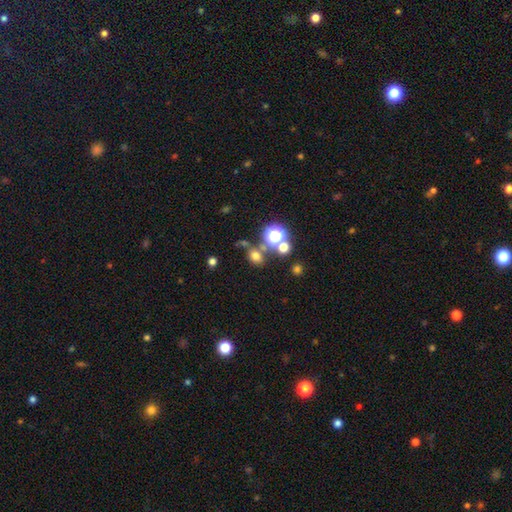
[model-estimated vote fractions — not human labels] smooth 68%, star or artifact 23%, featured or disk 9%. Down the decision tree: how rounded — round (63%); merging — none (67%).